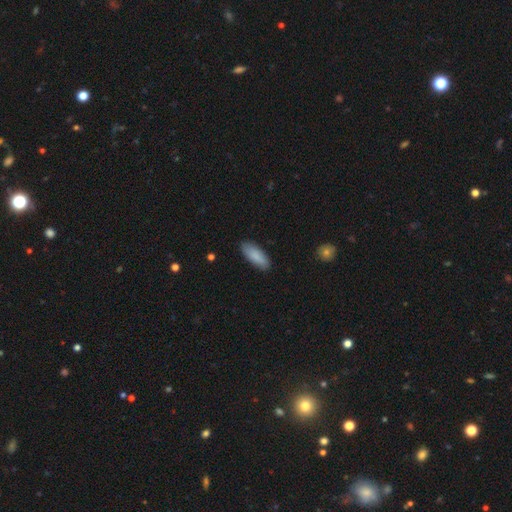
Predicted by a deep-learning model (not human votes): Morphology: type=smooth (88%); roundness=in between (71%); merging=none (86%).